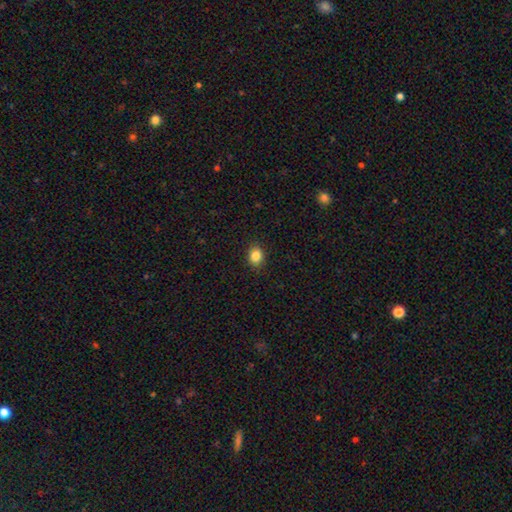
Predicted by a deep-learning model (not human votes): This is clearly a smooth galaxy (85%). How rounded: possibly round (54%). Merging: clearly none (89%).